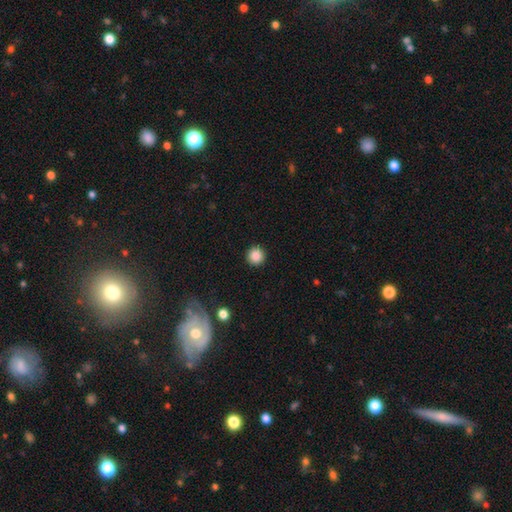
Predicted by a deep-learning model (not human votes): A smooth galaxy with no disk features (86%) that is round (95%). Merging: none (92%).